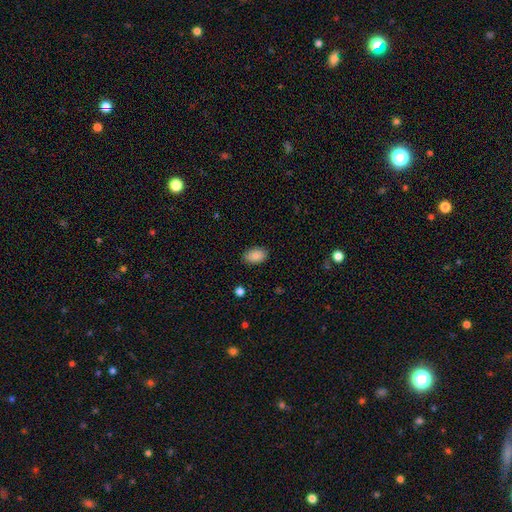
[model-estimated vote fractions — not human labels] Smooth or featured? Predicted: smooth (p=0.87). How rounded? Predicted: in between (p=0.91). Merging? Predicted: none (p=0.87).